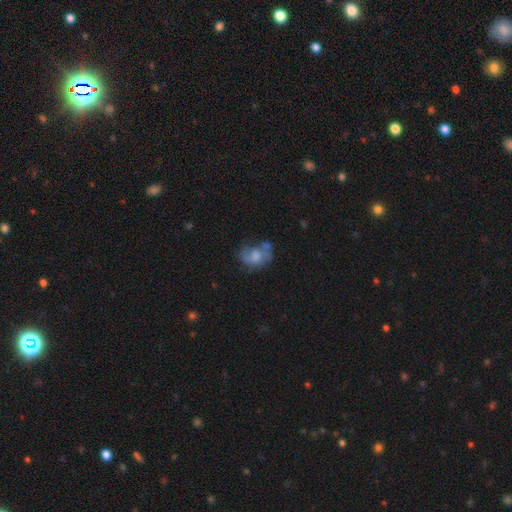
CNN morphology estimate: A smooth galaxy with no disk features (52%) that is in between round and cigar-shaped (64%).

Vote fractions:
- Smooth or featured? smooth: 52% / featured or disk: 38% / star or artifact: 10%
- How rounded? in between: 64% / round: 35% / cigar-shaped: 1%
- Merging? none: 35% / minor disturbance: 25% / major disturbance: 23% / merger: 17%